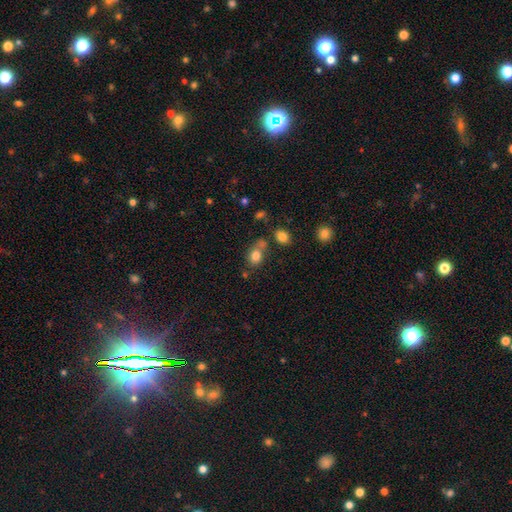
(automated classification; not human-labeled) Q: Smooth or featured?
A: smooth (80%); runner-up: star or artifact (11%)
Q: How rounded?
A: in between (53%); runner-up: round (46%)
Q: Merging?
A: none (54%); runner-up: merger (24%)